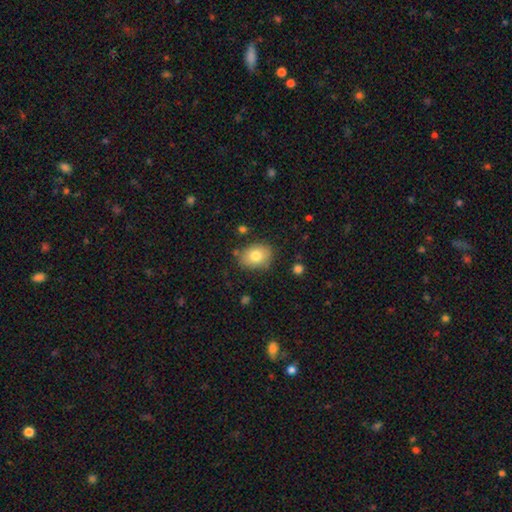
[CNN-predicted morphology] smooth 79%, featured or disk 13%, star or artifact 9%. Down the decision tree: how rounded — in between (64%); merging — none (80%).